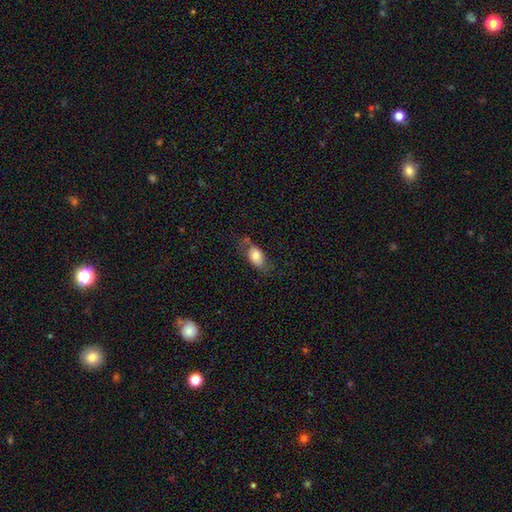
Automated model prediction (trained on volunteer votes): Q: Smooth or featured?
A: smooth (68%); runner-up: featured or disk (24%)
Q: How rounded?
A: in between (88%); runner-up: round (9%)
Q: Merging?
A: none (53%); runner-up: minor disturbance (27%)